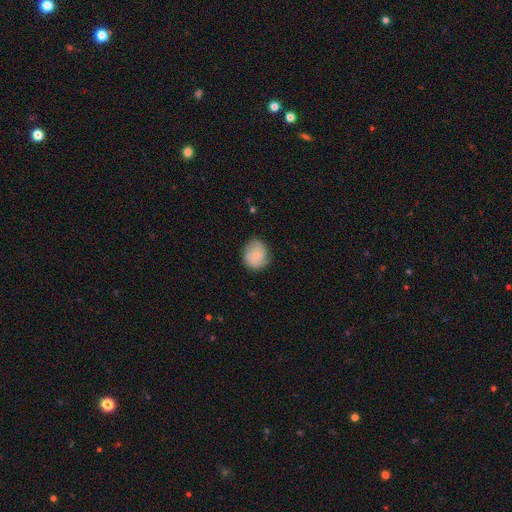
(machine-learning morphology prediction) smooth-or-featured: smooth: 75% | featured or disk: 17% | star or artifact: 7%
  how-rounded: round: 77% | in between: 22% | cigar-shaped: 1%
  merging: none: 71% | minor disturbance: 23% | major disturbance: 5% | merger: 1%